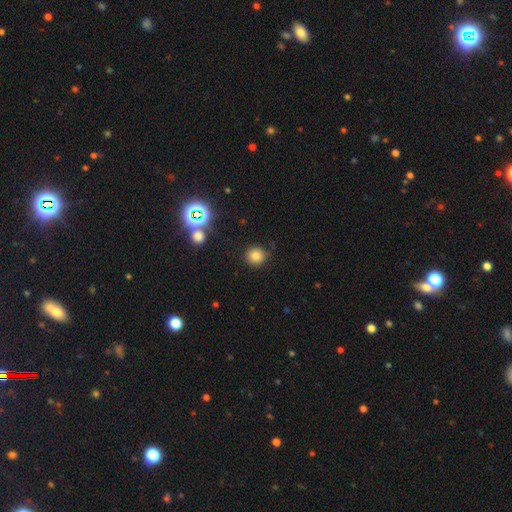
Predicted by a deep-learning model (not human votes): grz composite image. It shows a smooth galaxy with no disk features (78%) that is round (92%). Merging: none (87%).